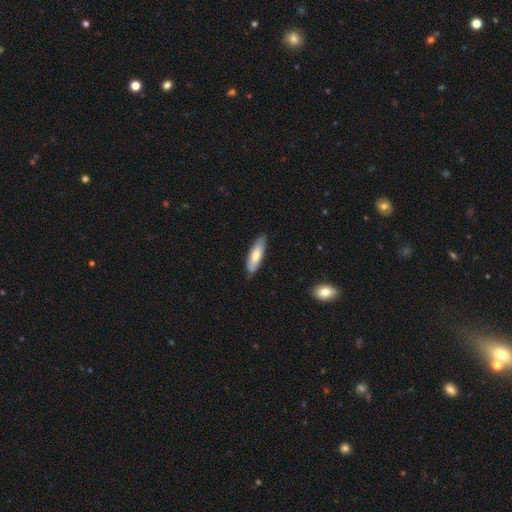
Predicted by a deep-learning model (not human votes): The model was most divided on "how rounded" (2-way tie): in between: 49%, cigar-shaped: 49%, round: 2%. More confident: merging — none (79%); smooth or featured — smooth (70%).